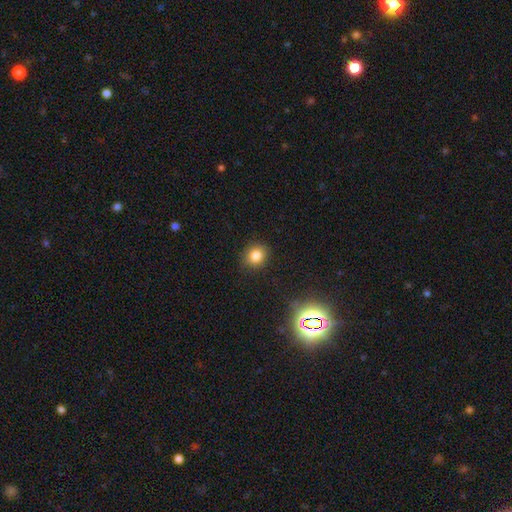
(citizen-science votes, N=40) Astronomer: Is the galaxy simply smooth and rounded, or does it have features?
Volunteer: smooth — 72%.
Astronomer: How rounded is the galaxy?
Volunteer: round — 86%.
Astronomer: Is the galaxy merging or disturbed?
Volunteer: none — 91%.